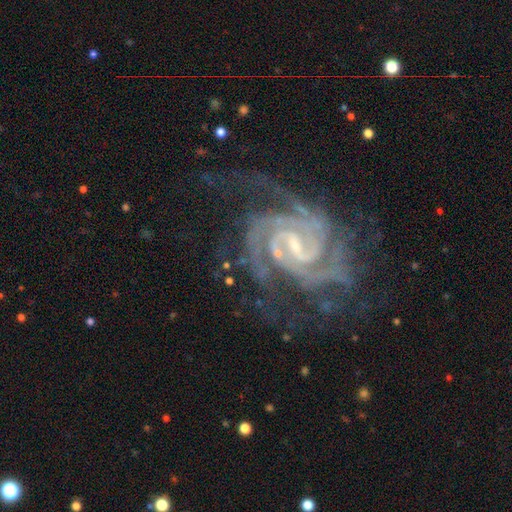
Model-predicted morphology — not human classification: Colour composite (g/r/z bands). It shows a featured or disk galaxy (90%) with a weak bar (47%), 2 (29%) tight (62%) spiral arms (98%) and a small central bulge (68%). Merging: none (68%).